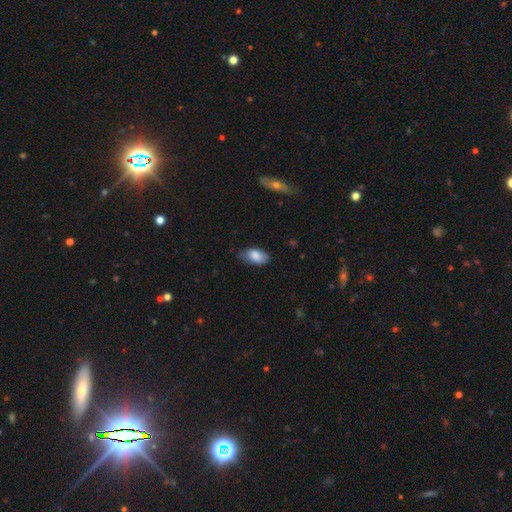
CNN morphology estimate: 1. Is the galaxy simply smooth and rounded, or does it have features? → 81% smooth, 12% featured or disk, 7% star or artifact.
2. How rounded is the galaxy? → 93% in between, 4% round, 3% cigar-shaped.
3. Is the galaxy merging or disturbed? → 67% none, 27% minor disturbance, 5% major disturbance, 1% merger.